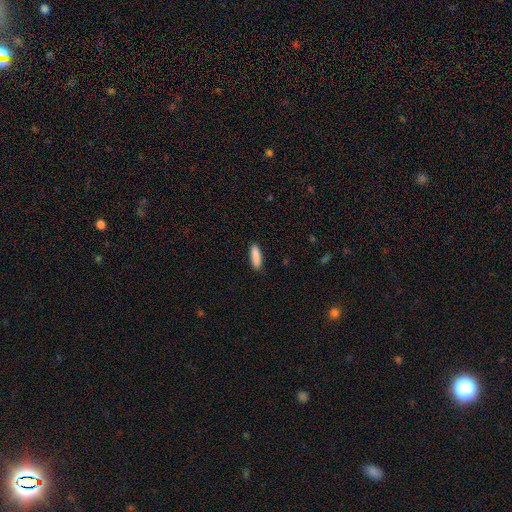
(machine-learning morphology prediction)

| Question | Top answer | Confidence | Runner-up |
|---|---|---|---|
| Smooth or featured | smooth | 89% | star or artifact (6%) |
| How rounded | cigar-shaped | 54% | in between (44%) |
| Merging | none | 89% | minor disturbance (8%) |